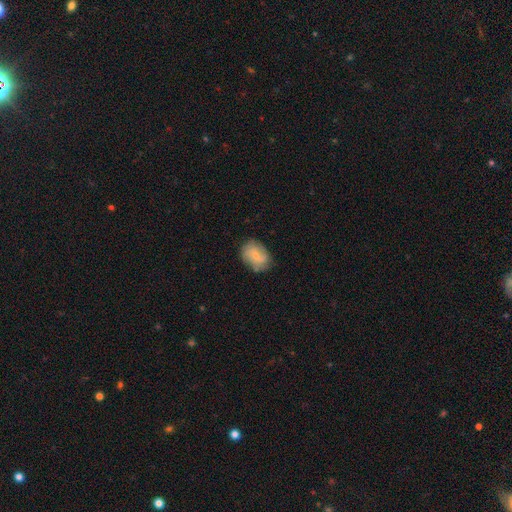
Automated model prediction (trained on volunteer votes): Morphology: type=featured or disk (48%); merging=none (73%).